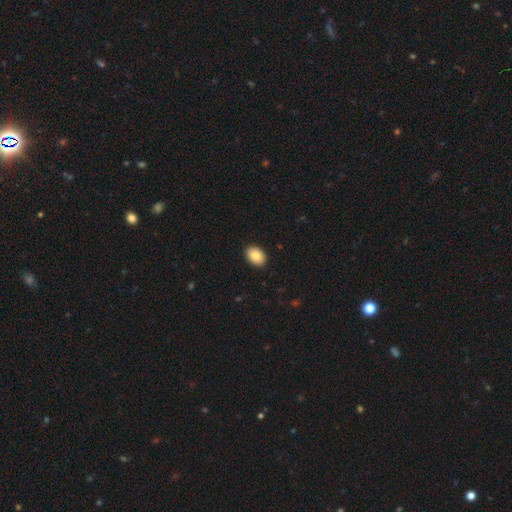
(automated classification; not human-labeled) Smooth or featured: smooth — 88% (star or artifact — 7%)
How rounded: in between — 80% (round — 19%)
Merging: none — 91% (minor disturbance — 7%)